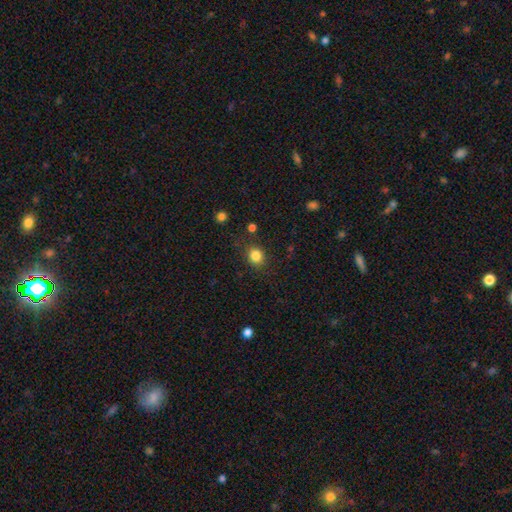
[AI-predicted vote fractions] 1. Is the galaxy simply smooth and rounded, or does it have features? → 83% smooth, 12% star or artifact, 5% featured or disk.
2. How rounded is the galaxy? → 77% round, 23% in between, 1% cigar-shaped.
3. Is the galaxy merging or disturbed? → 84% none, 10% minor disturbance, 4% major disturbance, 2% merger.